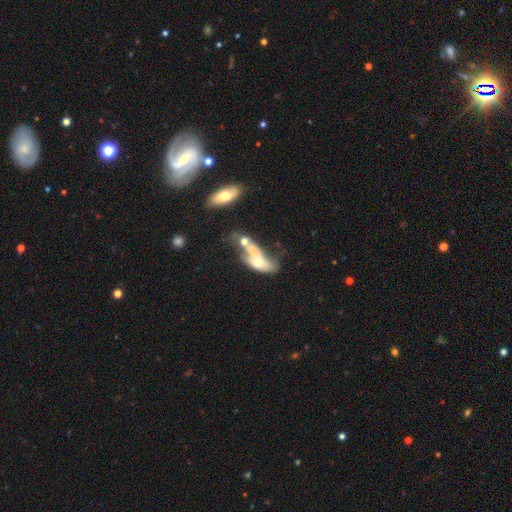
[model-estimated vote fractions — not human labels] This is possibly a featured or disk galaxy (50%). Merging: possibly merger (51%).